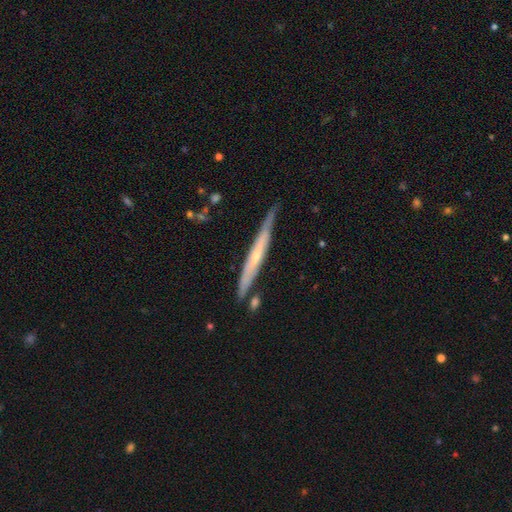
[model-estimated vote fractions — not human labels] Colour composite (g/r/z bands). It shows a featured or disk galaxy (64%) viewed edge-on (92%) with no central bulge (53%). Merging: none (76%).